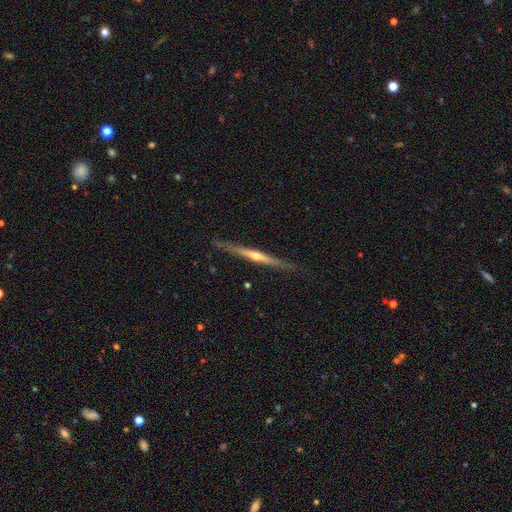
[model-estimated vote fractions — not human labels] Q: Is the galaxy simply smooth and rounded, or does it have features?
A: featured or disk — 74%.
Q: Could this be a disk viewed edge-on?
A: yes — 97%.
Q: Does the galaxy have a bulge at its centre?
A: rounded — 75%.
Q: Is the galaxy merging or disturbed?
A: none — 87%.